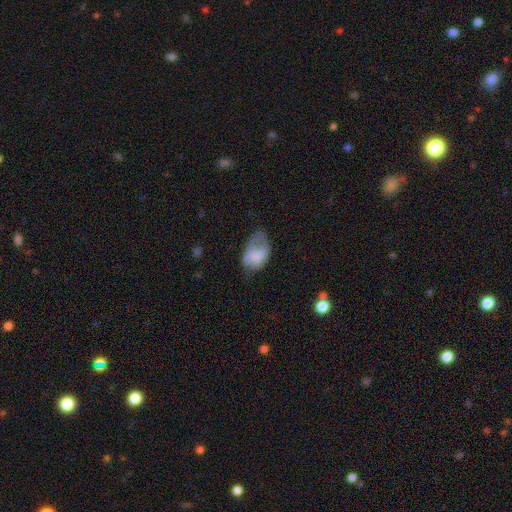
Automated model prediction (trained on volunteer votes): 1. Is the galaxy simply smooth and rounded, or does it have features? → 66% smooth, 26% featured or disk, 8% star or artifact.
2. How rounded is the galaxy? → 88% in between, 10% round, 1% cigar-shaped.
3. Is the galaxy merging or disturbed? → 35% major disturbance, 34% minor disturbance, 27% none, 3% merger.